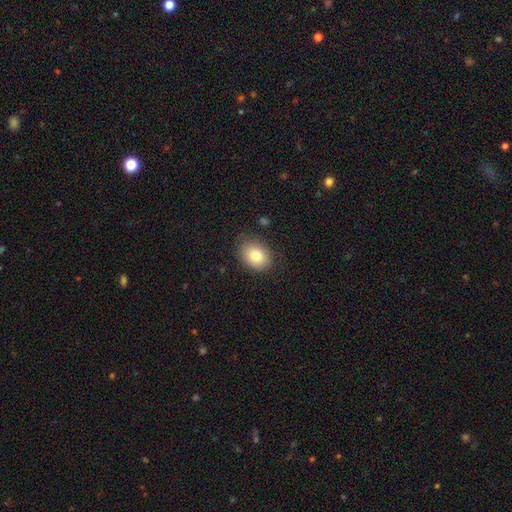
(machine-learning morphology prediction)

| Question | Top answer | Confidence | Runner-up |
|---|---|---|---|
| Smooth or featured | smooth | 81% | featured or disk (10%) |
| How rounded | in between | 59% | round (40%) |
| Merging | none | 82% | minor disturbance (14%) |